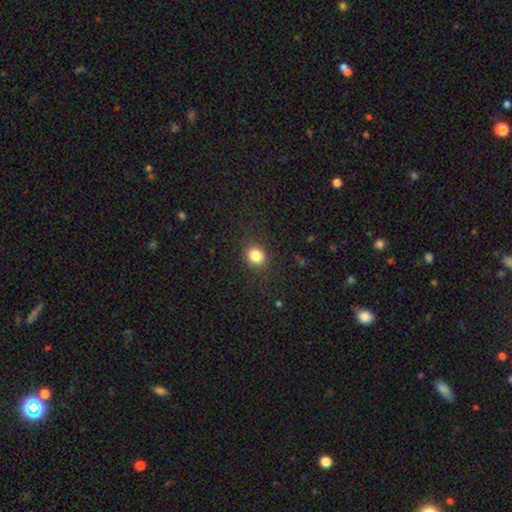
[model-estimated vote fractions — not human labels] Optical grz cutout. It shows a smooth galaxy with no disk features (84%) that is round (72%). Merging: none (87%).